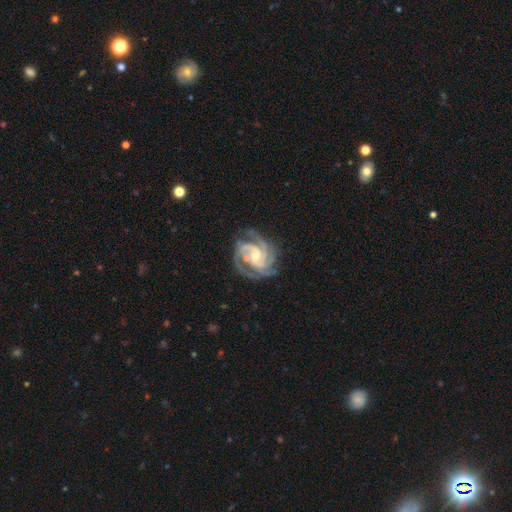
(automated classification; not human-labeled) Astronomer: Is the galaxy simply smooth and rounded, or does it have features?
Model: featured or disk — 93%.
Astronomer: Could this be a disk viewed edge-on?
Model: no — 98%.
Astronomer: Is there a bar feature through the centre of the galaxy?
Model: no — 45% (runner-up: weak, 39%).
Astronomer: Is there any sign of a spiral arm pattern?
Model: yes — 99%.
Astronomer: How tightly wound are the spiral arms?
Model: tight — 63%.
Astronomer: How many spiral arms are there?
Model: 3 — 47%.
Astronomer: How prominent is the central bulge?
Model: small — 48%, tied with moderate at 48%.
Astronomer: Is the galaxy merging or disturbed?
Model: none — 74%.